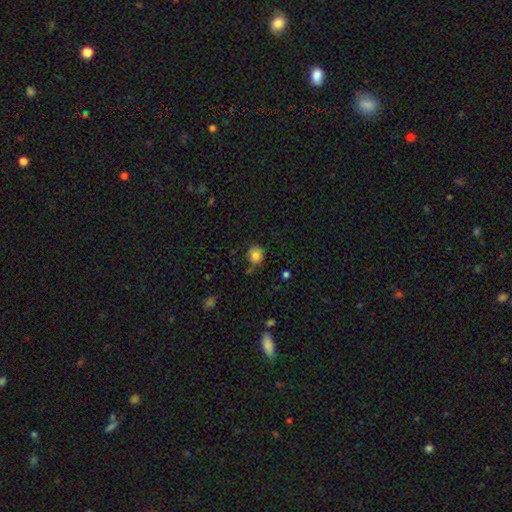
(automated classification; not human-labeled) Morphology: type=smooth (81%); roundness=round (71%); merging=none (69%).